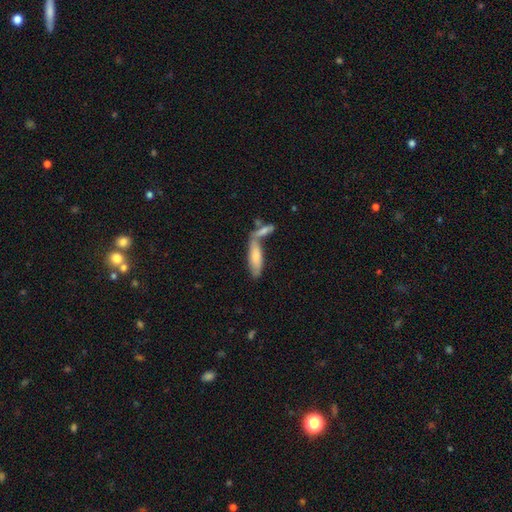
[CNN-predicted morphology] Smooth or featured? smooth (70%)
How rounded? cigar-shaped (51%)
Merging? none (43%)